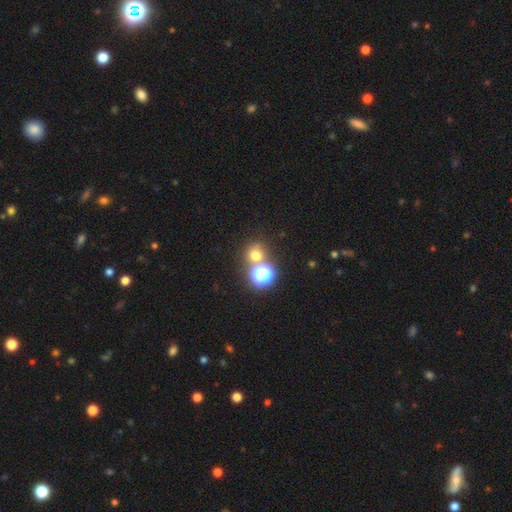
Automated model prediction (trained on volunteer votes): Smooth or featured: smooth — 65% (star or artifact — 27%)
How rounded: round — 86% (in between — 13%)
Merging: none — 66% (merger — 23%)